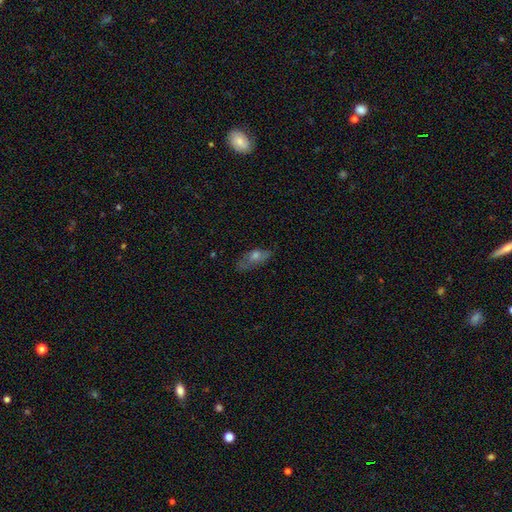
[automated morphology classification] type=smooth (45%); merging=none (63%).